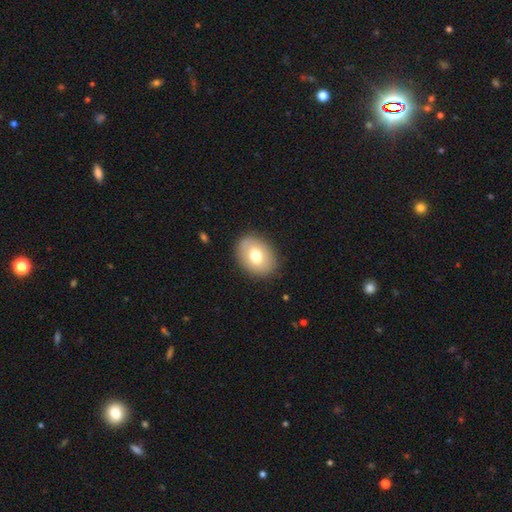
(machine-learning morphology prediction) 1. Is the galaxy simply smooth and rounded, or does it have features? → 71% smooth, 21% featured or disk, 8% star or artifact.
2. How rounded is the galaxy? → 68% in between, 31% round, 1% cigar-shaped.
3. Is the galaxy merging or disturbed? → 87% none, 9% minor disturbance, 3% major disturbance, 1% merger.